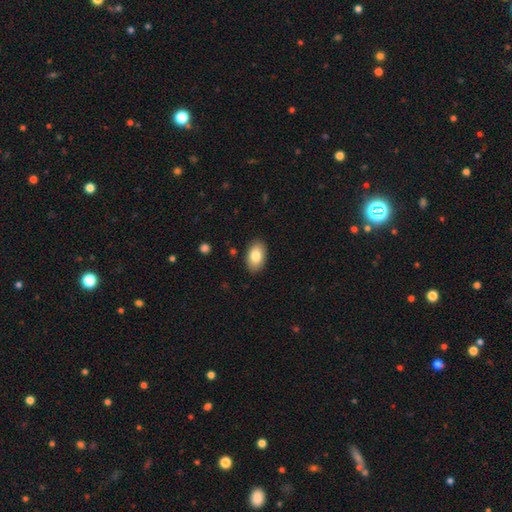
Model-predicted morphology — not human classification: Overall: smooth (83%). How rounded: in between (92%). Merging: none (89%).